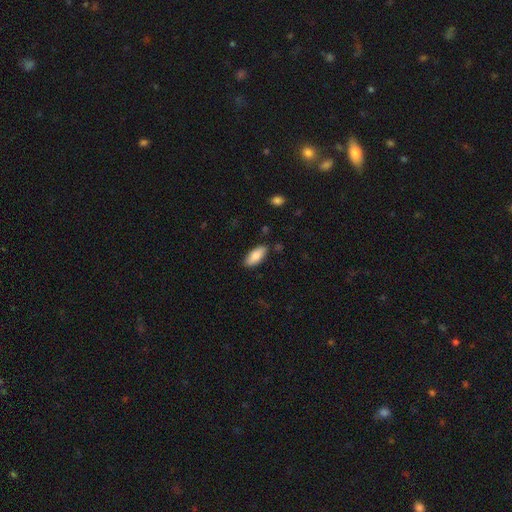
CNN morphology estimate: Smooth or featured?
  - smooth: 81% *
  - featured or disk: 13%
  - star or artifact: 6%
How rounded?
  - in between: 82% *
  - cigar-shaped: 16%
  - round: 2%
Merging?
  - none: 85% *
  - minor disturbance: 11%
  - major disturbance: 2%
  - merger: 2%